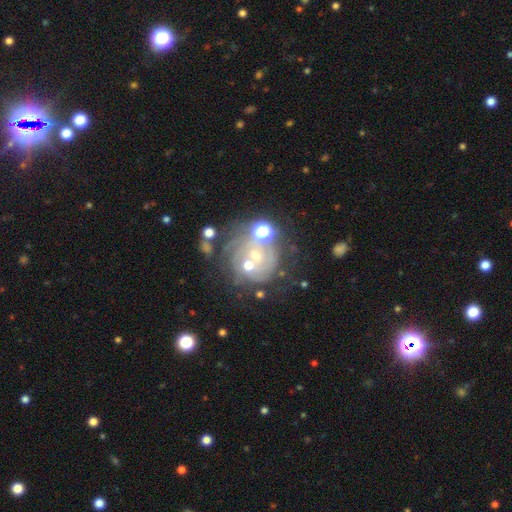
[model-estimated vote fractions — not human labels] Q: Smooth or featured?
A: featured or disk (68%); runner-up: star or artifact (16%)
Q: Edge-on disk?
A: no (98%); runner-up: yes (2%)
Q: Bar?
A: no (80%); runner-up: weak (16%)
Q: Spiral arms?
A: yes (77%); runner-up: no (23%)
Q: Spiral winding?
A: tight (65%); runner-up: medium (26%)
Q: Spiral arm count?
A: can't tell (45%); runner-up: 2 (19%)
Q: Bulge size?
A: small (46%); runner-up: moderate (45%)
Q: Merging?
A: none (51%); runner-up: merger (18%)